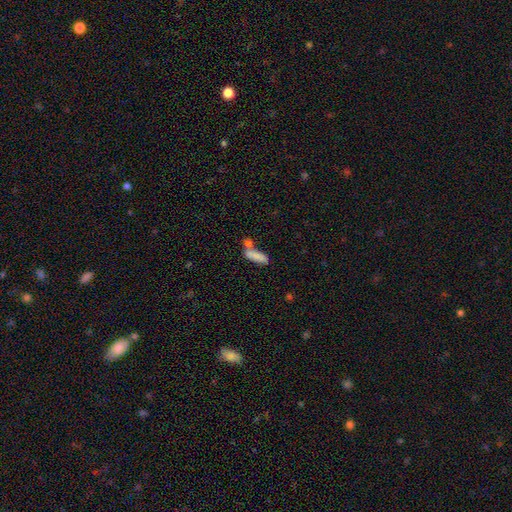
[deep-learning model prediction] Morphology: type=smooth (82%); roundness=cigar-shaped (50%); merging=none (45%).